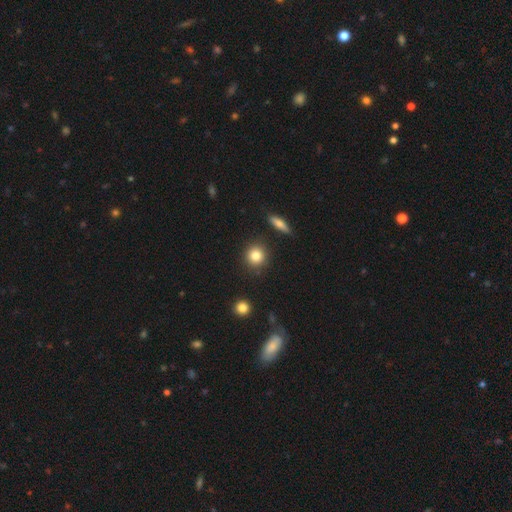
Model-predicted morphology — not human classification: The model was most divided on "smooth or featured": smooth: 83%, star or artifact: 9%, featured or disk: 7%. More confident: how rounded — round (89%); merging — none (87%).